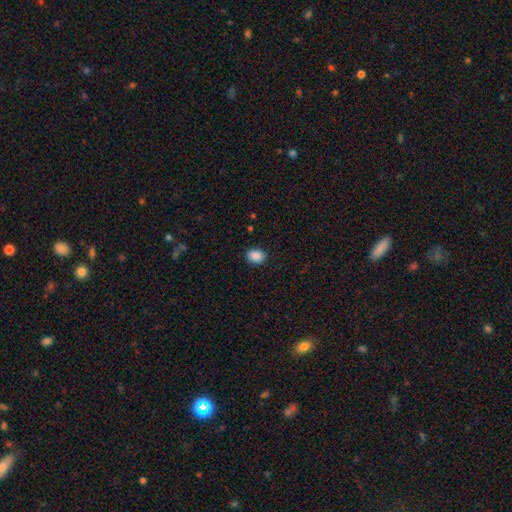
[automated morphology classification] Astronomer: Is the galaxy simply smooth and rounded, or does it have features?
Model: smooth — 89%.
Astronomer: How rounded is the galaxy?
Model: in between — 65%.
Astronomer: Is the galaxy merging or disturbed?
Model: none — 89%.